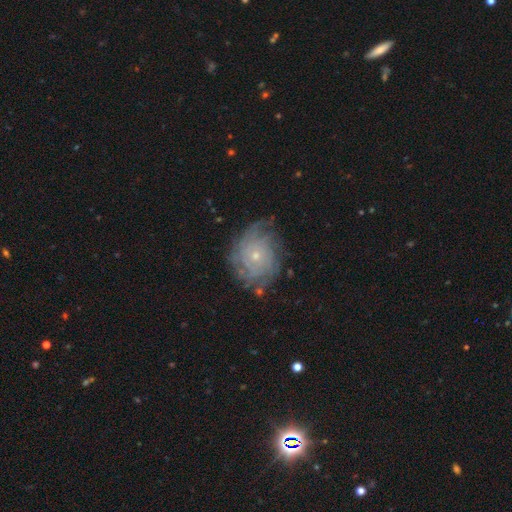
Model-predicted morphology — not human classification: This appears to be a featured or disk galaxy (78%) with no bar (84%), tight (74%) spiral arms (91%) and a small central bulge (76%). Merging: none (69%).